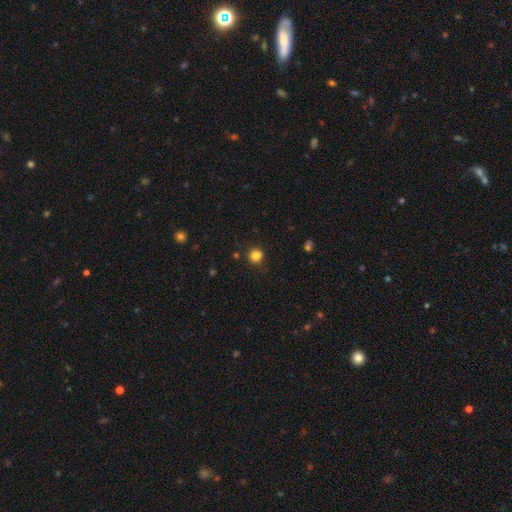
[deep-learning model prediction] Q: Smooth or featured?
A: smooth (84%); runner-up: star or artifact (12%)
Q: How rounded?
A: round (90%); runner-up: in between (9%)
Q: Merging?
A: none (87%); runner-up: minor disturbance (9%)